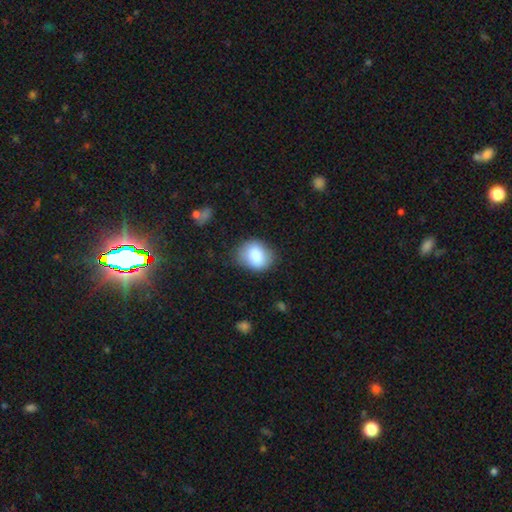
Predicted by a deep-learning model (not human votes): A smooth galaxy with no disk features (83%) that is round (51%). Merging: none (73%).